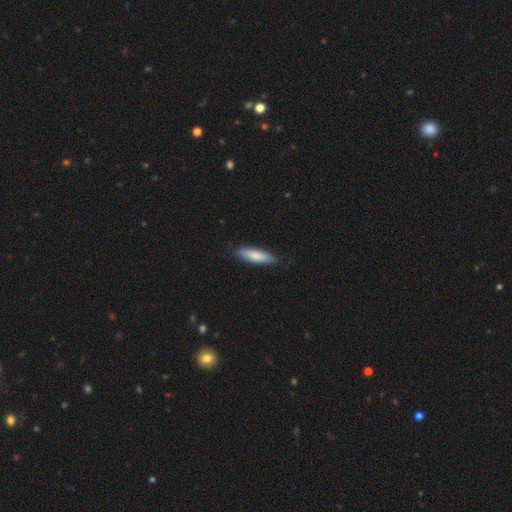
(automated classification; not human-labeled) This is likely a smooth galaxy (79%). How rounded: likely cigar-shaped (69%). Merging: clearly none (86%).